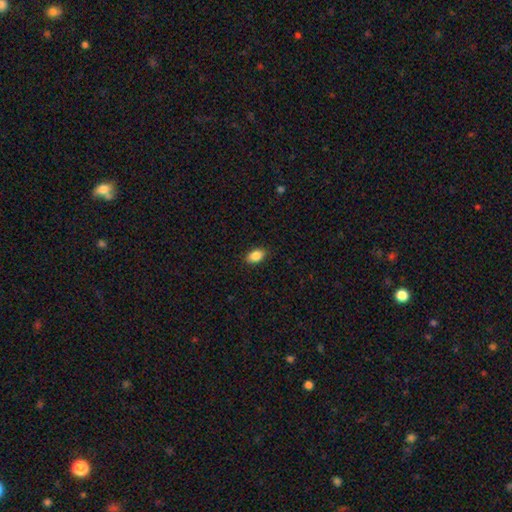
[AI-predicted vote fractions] Smooth or featured: smooth — 87% (star or artifact — 8%)
How rounded: in between — 88% (round — 10%)
Merging: none — 89% (minor disturbance — 9%)